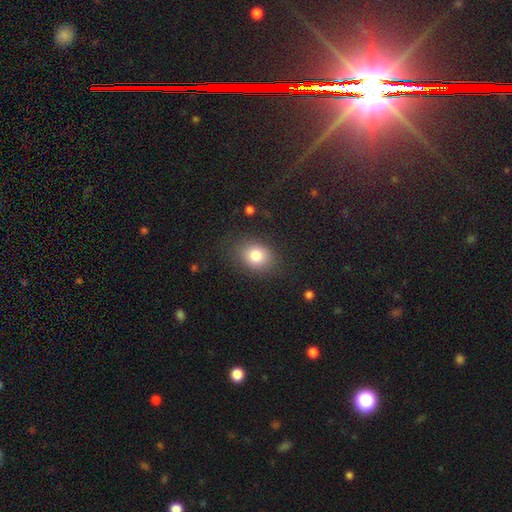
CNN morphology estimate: smooth_or_featured: smooth (p=0.81) [alt: star or artifact p=0.10]
how_rounded: in between (p=0.53) [alt: round p=0.46]
merging: none (p=0.82) [alt: minor disturbance p=0.12]